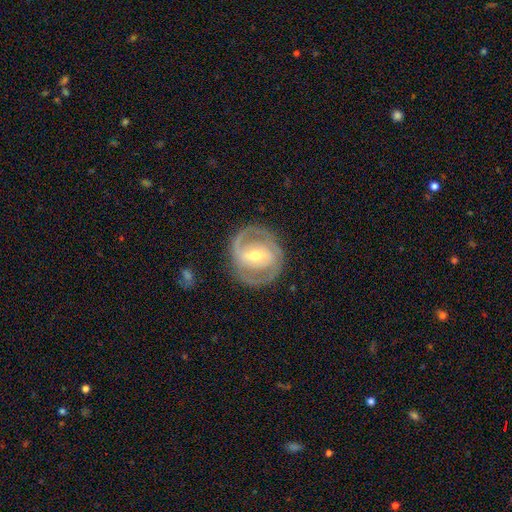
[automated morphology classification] featured or disk 84%, smooth 11%, star or artifact 5%. Down the decision tree: edge-on disk — no (97%); bar — weak (42%); spiral arms — yes (91%); spiral arm count — 2 (81%); spiral winding — tight (49%); bulge size — moderate (55%); merging — none (81%).